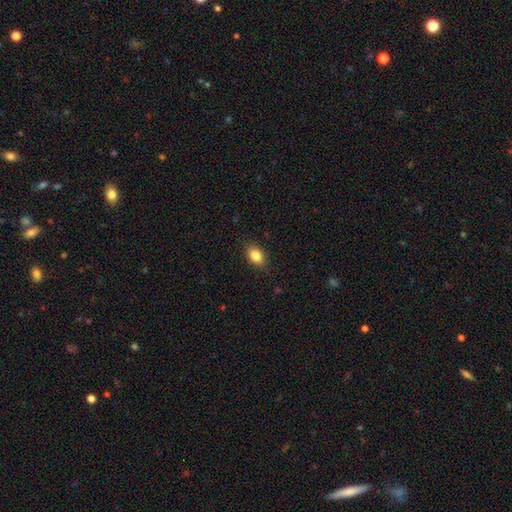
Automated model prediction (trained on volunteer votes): smooth 84%, star or artifact 9%, featured or disk 7%. Down the decision tree: how rounded — in between (81%); merging — none (86%).